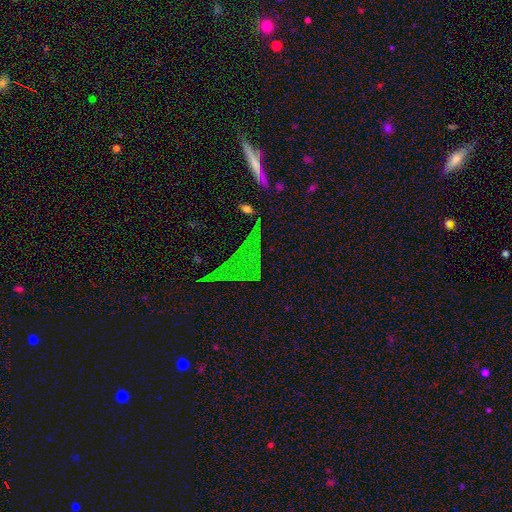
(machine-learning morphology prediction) The model was most divided on "smooth or featured": star or artifact: 59%, smooth: 21%, featured or disk: 20%.